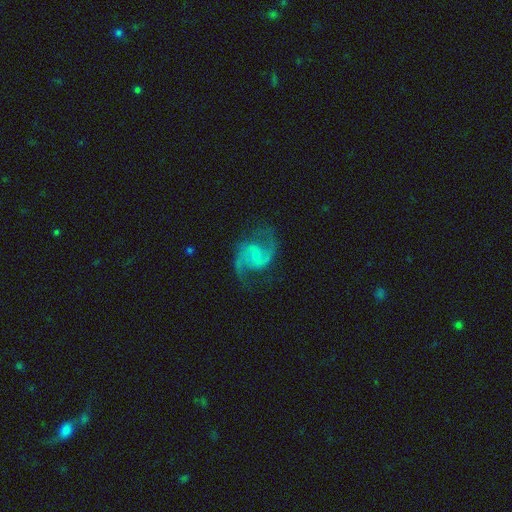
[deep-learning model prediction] smooth_or_featured: featured or disk (p=0.90) [alt: smooth p=0.05]
disk_edge_on: no (p=0.98) [alt: yes p=0.02]
bar: weak (p=0.51) [alt: no p=0.39]
has_spiral_arms: yes (p=0.97) [alt: no p=0.03]
spiral_winding: medium (p=0.56) [alt: loose p=0.34]
spiral_arm_count: 2 (p=0.93) [alt: can't tell p=0.02]
bulge_size: small (p=0.59) [alt: moderate p=0.26]
merging: none (p=0.75) [alt: minor disturbance p=0.15]